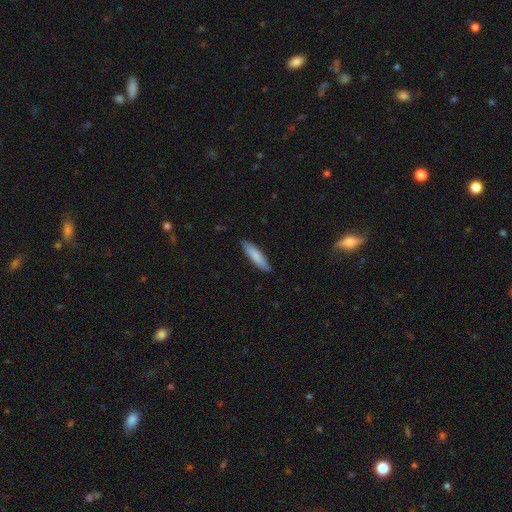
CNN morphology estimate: smooth 83%, featured or disk 12%, star or artifact 5%. Down the decision tree: how rounded — cigar-shaped (76%); merging — none (88%).